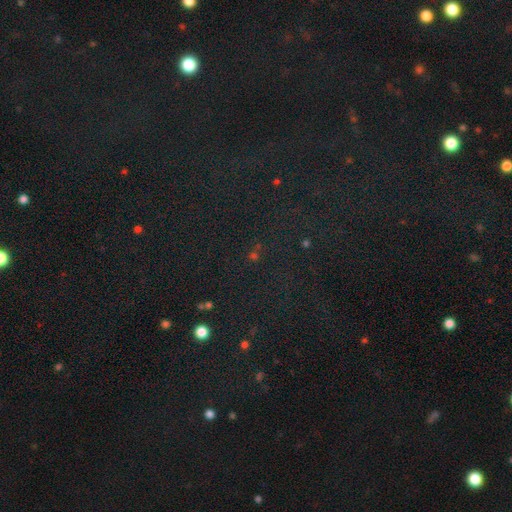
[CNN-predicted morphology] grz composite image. It shows a star or artifact, not a galaxy (79%).